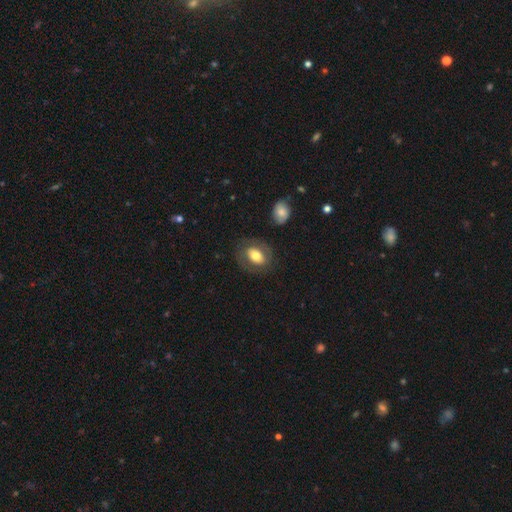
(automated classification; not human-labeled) Smooth or featured? Predicted: smooth (p=0.57). How rounded? Predicted: in between (p=0.70). Merging? Predicted: none (p=0.76).